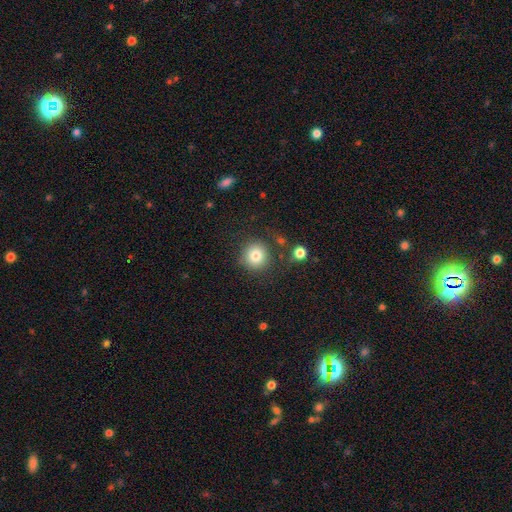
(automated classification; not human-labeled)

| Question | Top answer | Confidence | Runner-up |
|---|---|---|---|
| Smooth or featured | smooth | 81% | star or artifact (11%) |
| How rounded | round | 93% | in between (6%) |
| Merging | none | 82% | minor disturbance (10%) |